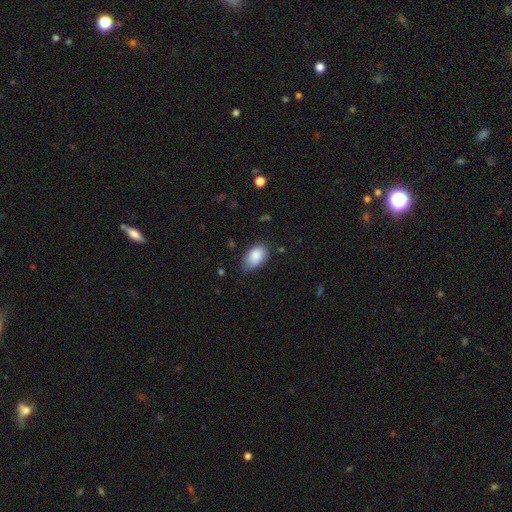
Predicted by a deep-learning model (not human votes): The model was most divided on "merging": none: 71%, minor disturbance: 24%, major disturbance: 4%, merger: 1%. More confident: how rounded — in between (92%); smooth or featured — smooth (88%).